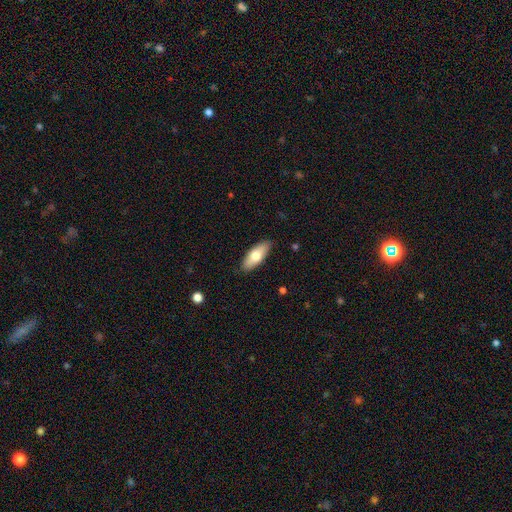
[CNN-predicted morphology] This appears to be a smooth galaxy with no disk features (71%) that is in between round and cigar-shaped (74%). Merging: none (87%).